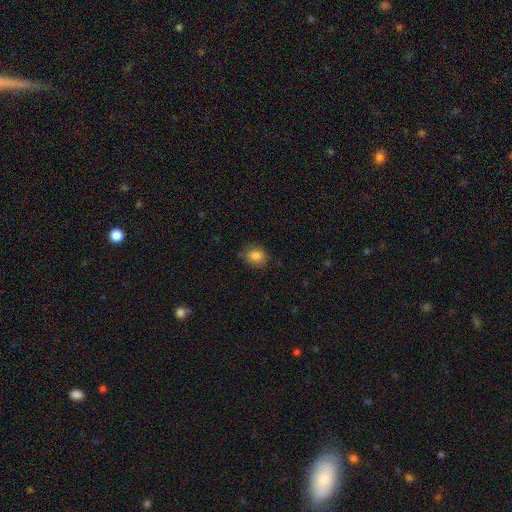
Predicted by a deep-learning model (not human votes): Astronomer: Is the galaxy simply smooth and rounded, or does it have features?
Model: smooth — 85%.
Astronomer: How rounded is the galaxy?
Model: round — 57% (runner-up: in between, 42%).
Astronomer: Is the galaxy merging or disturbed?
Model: none — 75%.